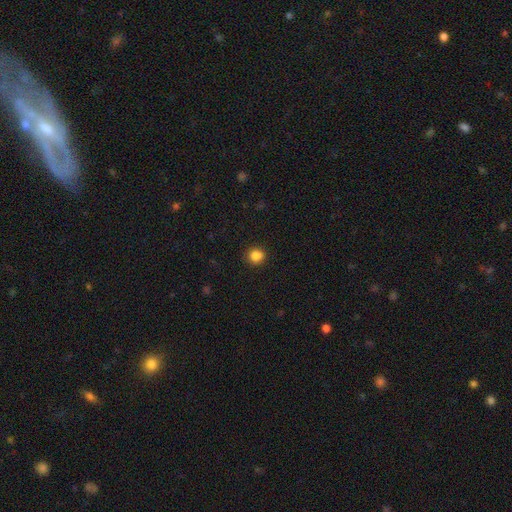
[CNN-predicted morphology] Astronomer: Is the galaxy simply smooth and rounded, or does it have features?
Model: smooth — 84%.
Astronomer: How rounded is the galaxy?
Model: round — 83%.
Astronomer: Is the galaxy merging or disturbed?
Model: none — 83%.